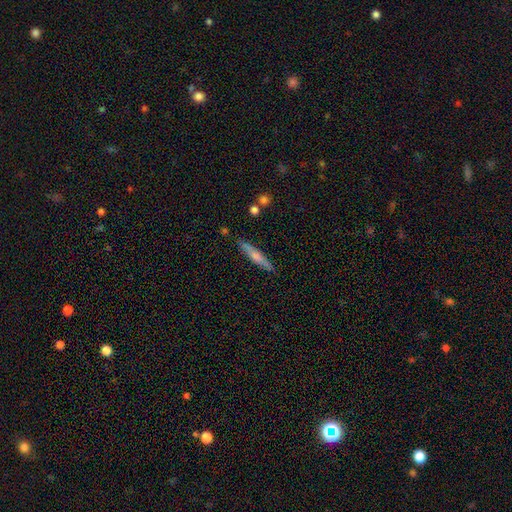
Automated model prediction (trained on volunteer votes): A smooth galaxy with no disk features (48%). Merging: none (87%).